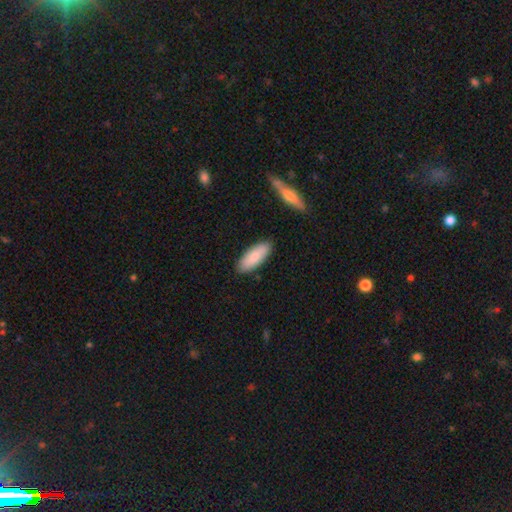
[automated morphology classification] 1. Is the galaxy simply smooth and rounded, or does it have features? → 83% smooth, 11% featured or disk, 5% star or artifact.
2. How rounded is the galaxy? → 71% in between, 27% cigar-shaped, 2% round.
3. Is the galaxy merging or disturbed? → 87% none, 10% minor disturbance, 2% merger, 2% major disturbance.